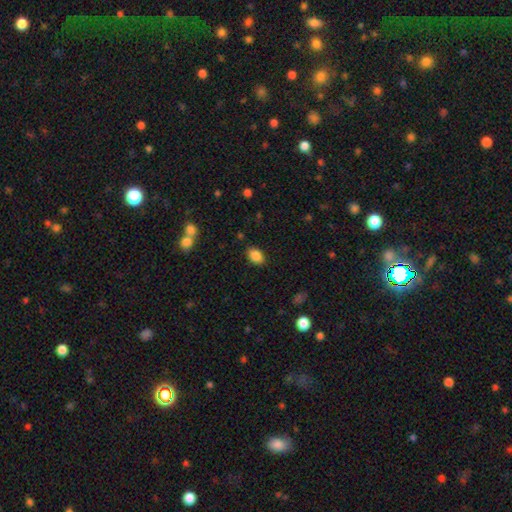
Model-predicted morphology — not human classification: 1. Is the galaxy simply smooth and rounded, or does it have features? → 86% smooth, 9% star or artifact, 4% featured or disk.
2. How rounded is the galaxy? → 83% in between, 16% round, 1% cigar-shaped.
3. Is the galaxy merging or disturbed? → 85% none, 10% minor disturbance, 3% major disturbance, 2% merger.